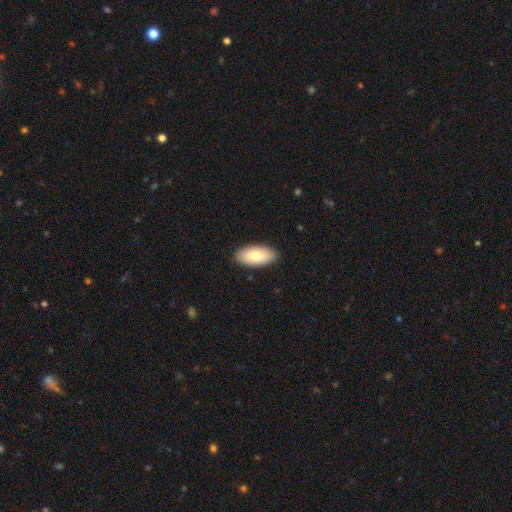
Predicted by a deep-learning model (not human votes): This appears to be a smooth galaxy with no disk features (78%) that is in between round and cigar-shaped (93%). Merging: none (90%).